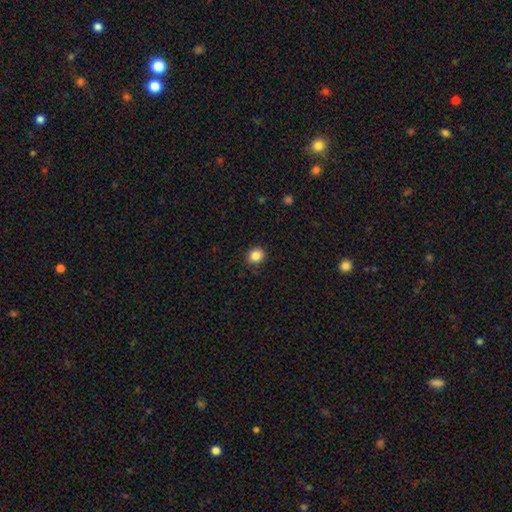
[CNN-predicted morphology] smooth-or-featured: smooth: 86% | star or artifact: 10% | featured or disk: 4%
  how-rounded: round: 74% | in between: 25% | cigar-shaped: 1%
  merging: none: 89% | minor disturbance: 8% | major disturbance: 2% | merger: 1%